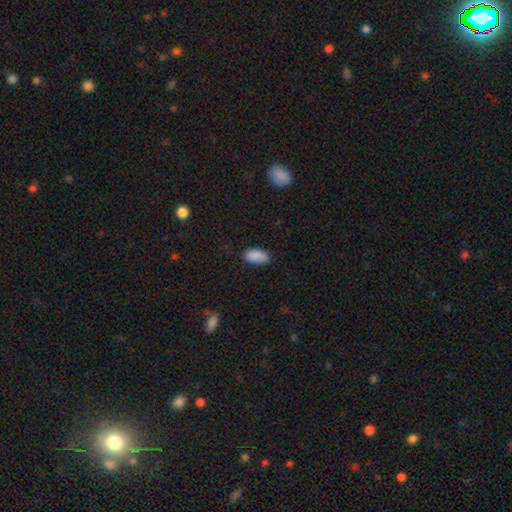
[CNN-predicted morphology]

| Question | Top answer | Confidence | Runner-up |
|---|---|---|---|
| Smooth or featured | smooth | 88% | star or artifact (7%) |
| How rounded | in between | 94% | cigar-shaped (4%) |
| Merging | none | 75% | minor disturbance (20%) |